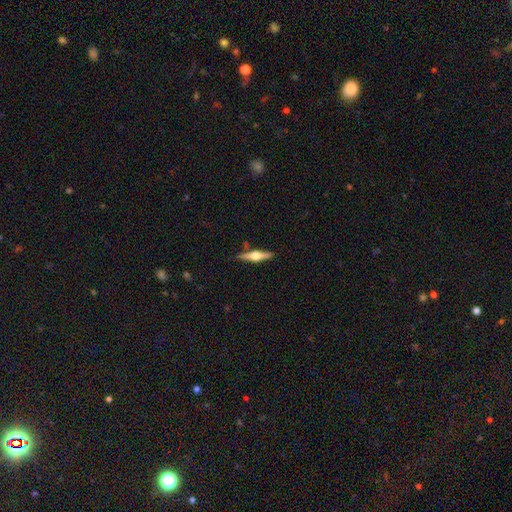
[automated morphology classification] Smooth or featured? featured or disk (69%)
Edge-on disk? yes (97%)
Edge-on bulge? rounded (94%)
Merging? none (86%)